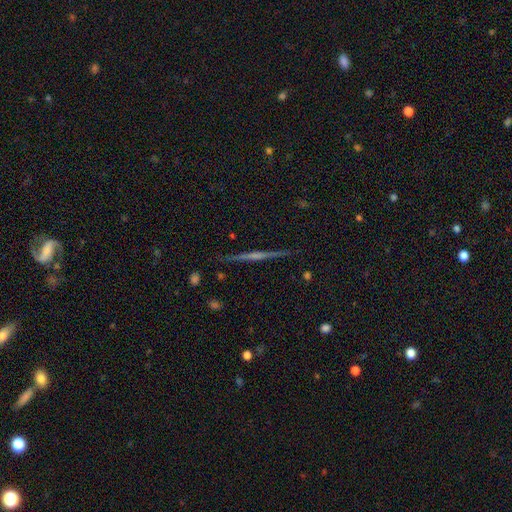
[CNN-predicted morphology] This appears to be a featured or disk galaxy (77%) viewed edge-on (98%) with a rounded central bulge (51%). Merging: none (92%).